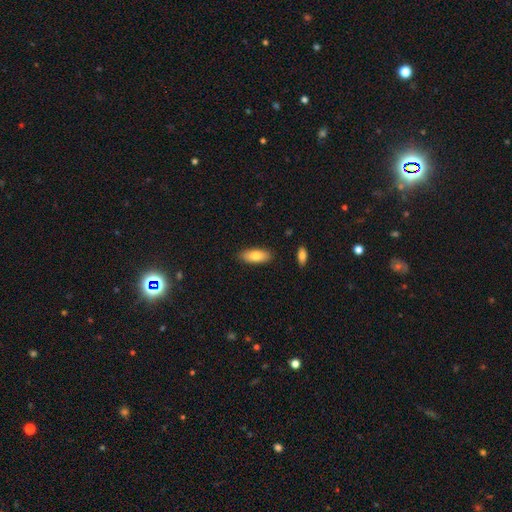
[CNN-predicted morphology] Smooth or featured: smooth — 79% (featured or disk — 15%)
How rounded: in between — 81% (cigar-shaped — 16%)
Merging: none — 87% (minor disturbance — 9%)